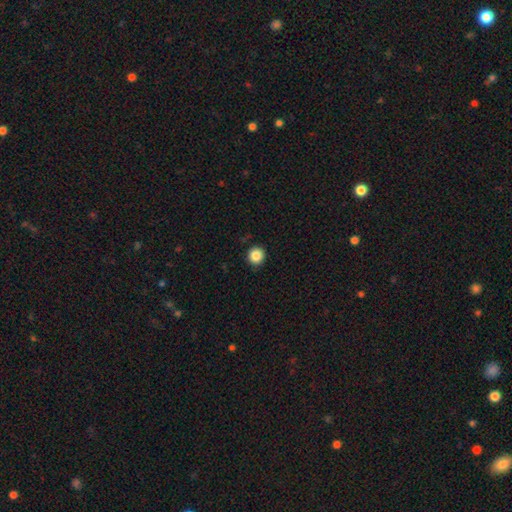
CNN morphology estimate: smooth_or_featured: smooth (p=0.87) [alt: star or artifact p=0.10]
how_rounded: round (p=0.95) [alt: in between p=0.04]
merging: none (p=0.92) [alt: minor disturbance p=0.05]